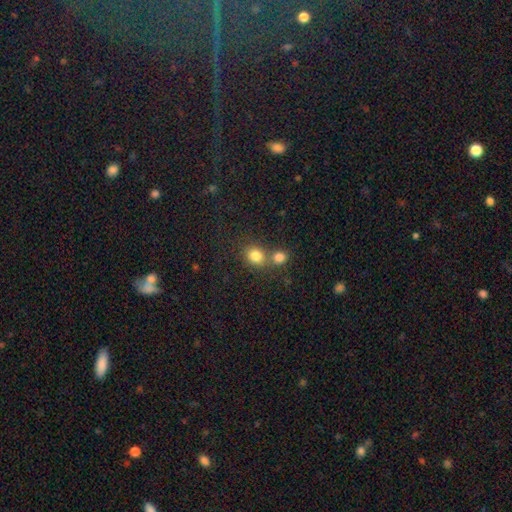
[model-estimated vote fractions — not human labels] A smooth galaxy with no disk features (80%) that is round (74%).

Vote fractions:
- Smooth or featured? smooth: 80% / star or artifact: 12% / featured or disk: 7%
- How rounded? round: 74% / in between: 25% / cigar-shaped: 1%
- Merging? none: 46% / merger: 43% / minor disturbance: 8% / major disturbance: 3%